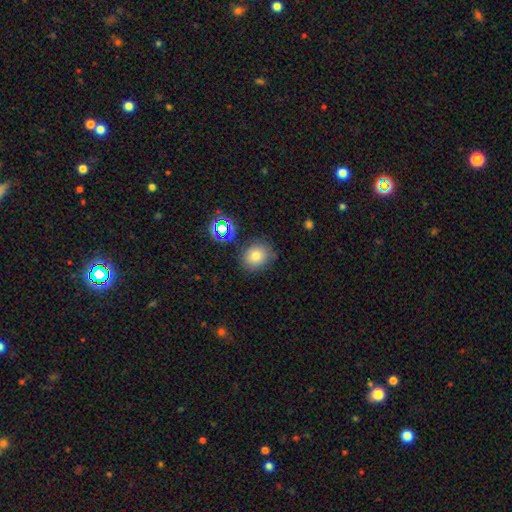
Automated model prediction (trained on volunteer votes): This appears to be a smooth galaxy with no disk features (75%) that is round (69%). Merging: none (77%).